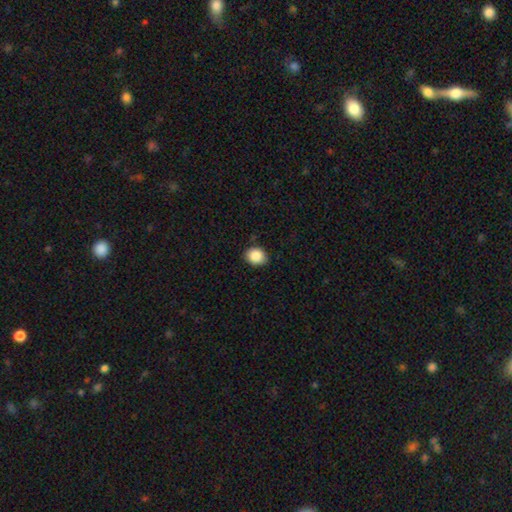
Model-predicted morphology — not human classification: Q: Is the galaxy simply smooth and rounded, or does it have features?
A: smooth — 88%.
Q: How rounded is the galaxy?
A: round — 64%.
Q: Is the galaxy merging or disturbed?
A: none — 83%.